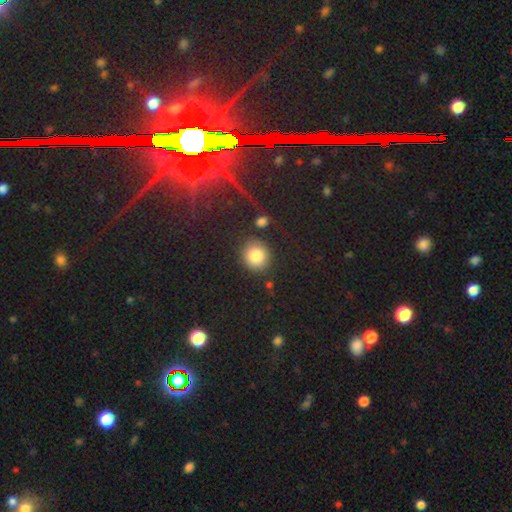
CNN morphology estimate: This is clearly a smooth galaxy (84%). How rounded: clearly round (82%). Merging: likely none (80%).